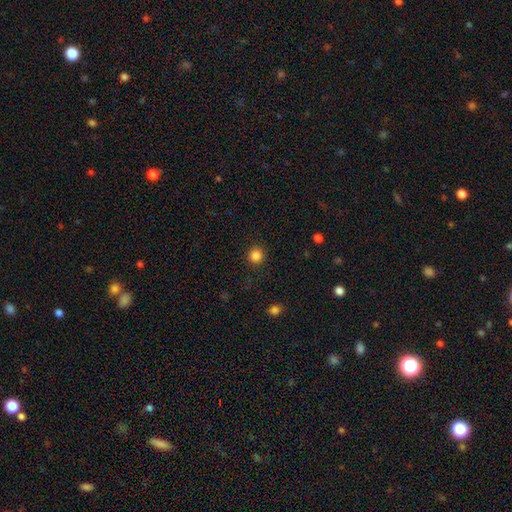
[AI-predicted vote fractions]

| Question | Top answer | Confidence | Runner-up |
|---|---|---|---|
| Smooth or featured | smooth | 85% | star or artifact (12%) |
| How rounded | round | 94% | in between (5%) |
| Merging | none | 92% | minor disturbance (5%) |